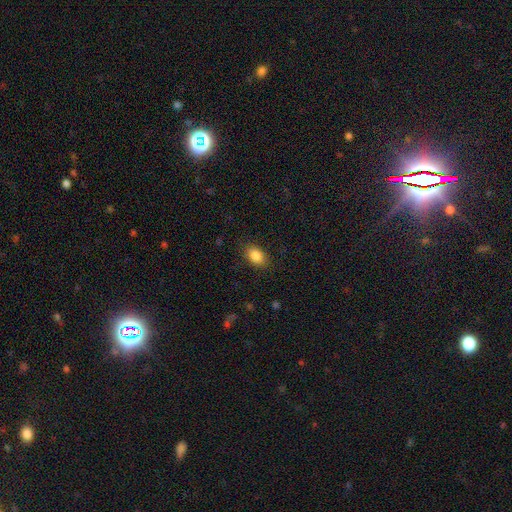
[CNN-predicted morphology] This appears to be a smooth galaxy with no disk features (87%) that is in between round and cigar-shaped (85%). Merging: none (85%).